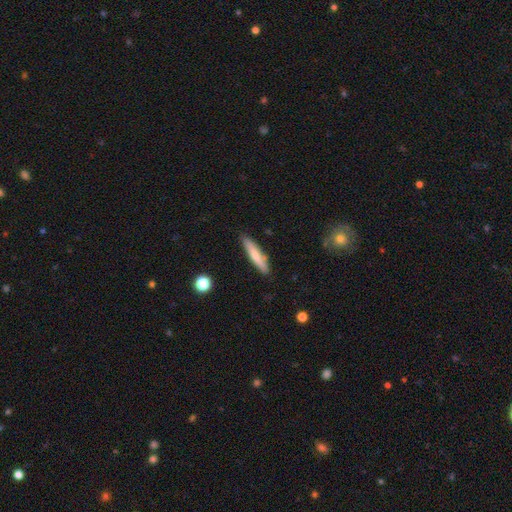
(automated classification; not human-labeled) Overall: smooth (70%). How rounded: cigar-shaped (86%). Merging: none (84%).